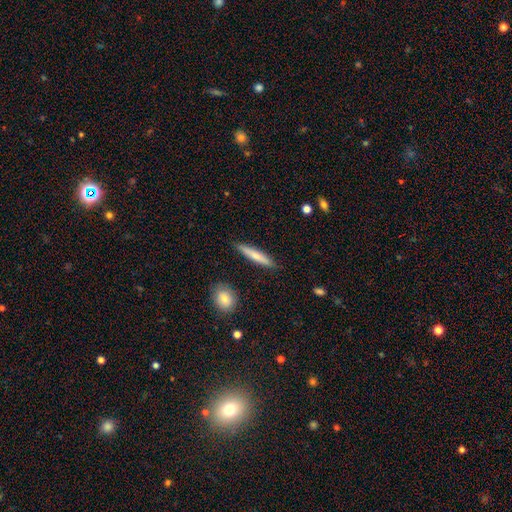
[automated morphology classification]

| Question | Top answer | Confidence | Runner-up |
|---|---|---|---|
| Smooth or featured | smooth | 70% | featured or disk (25%) |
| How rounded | cigar-shaped | 91% | in between (8%) |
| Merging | none | 89% | minor disturbance (8%) |